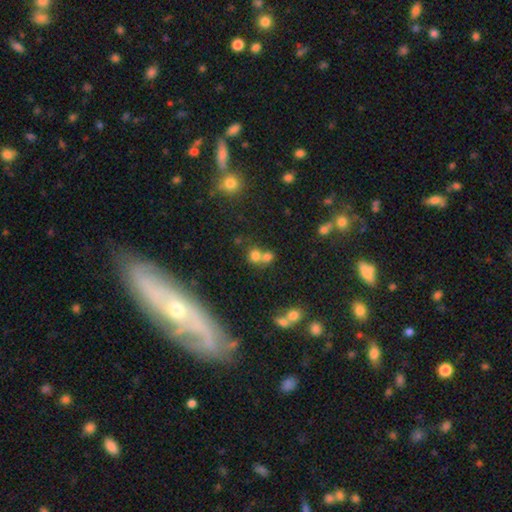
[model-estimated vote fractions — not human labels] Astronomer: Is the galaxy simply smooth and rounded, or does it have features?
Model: smooth — 71%.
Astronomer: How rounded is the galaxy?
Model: round — 77%.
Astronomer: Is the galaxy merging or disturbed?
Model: merger — 52% (runner-up: none, 38%).